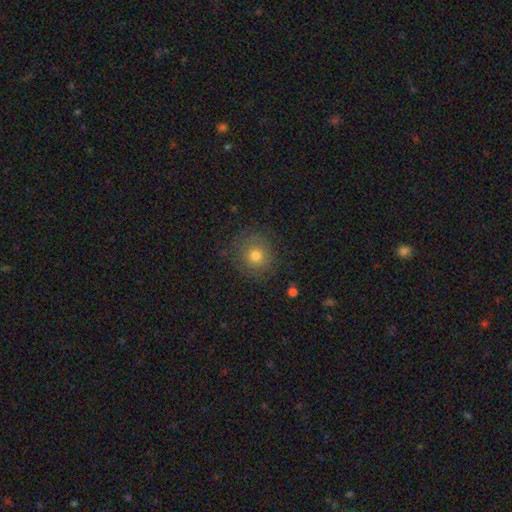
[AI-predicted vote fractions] Smooth or featured?
  - smooth: 68% *
  - featured or disk: 18%
  - star or artifact: 14%
How rounded?
  - round: 89% *
  - in between: 10%
  - cigar-shaped: 1%
Merging?
  - none: 80% *
  - minor disturbance: 13%
  - major disturbance: 6%
  - merger: 1%